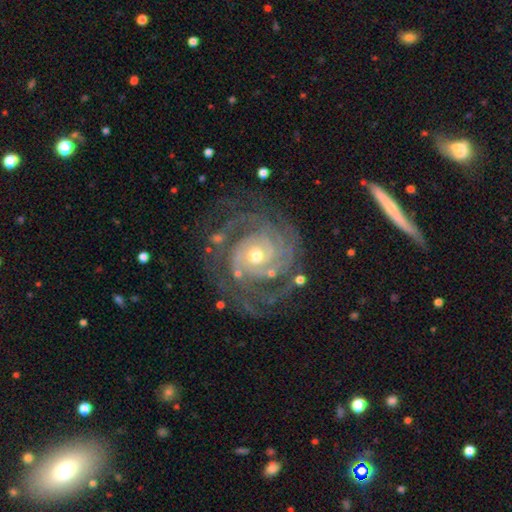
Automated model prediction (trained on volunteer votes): smooth-or-featured: featured or disk: 92% | star or artifact: 5% | smooth: 3%
  disk-edge-on: no: 98% | yes: 2%
    bar: no: 73% | weak: 20% | strong: 7%
    has-spiral-arms: yes: 98% | no: 2%
      spiral-winding: tight: 76% | medium: 20% | loose: 3%
      spiral-arm-count: 2: 27% | 3: 25% | can't tell: 18% | 4: 15% | more than 4: 9% | 1: 7%
    bulge-size: moderate: 52% | small: 44% | large: 2% | none: 1% | dominant: 1%
  merging: none: 72% | minor disturbance: 16% | major disturbance: 10% | merger: 2%